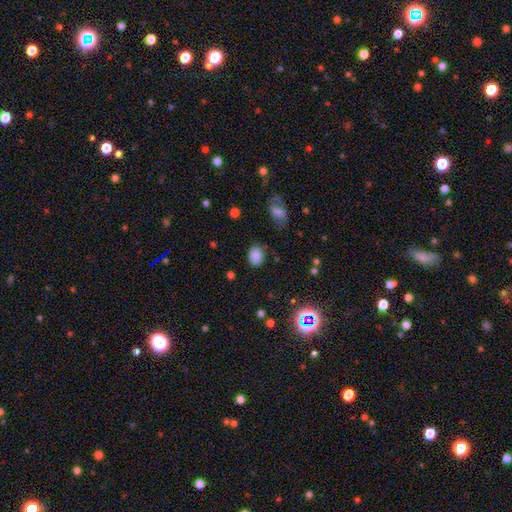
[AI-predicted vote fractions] Overall: smooth (83%). How rounded: in between (65%; round 34%). Merging: none (79%).